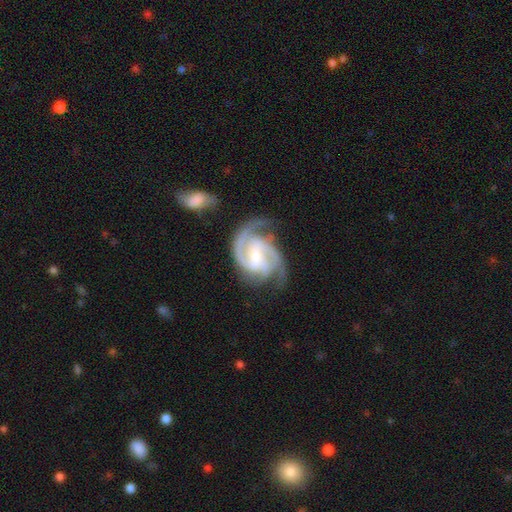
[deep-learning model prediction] Smooth or featured?
  - featured or disk: 93% *
  - star or artifact: 4%
  - smooth: 4%
Edge-on disk?
  - no: 98% *
  - yes: 2%
Bar?
  - weak: 47% *
  - no: 31%
  - strong: 22%
Spiral arms?
  - yes: 98% *
  - no: 2%
Spiral winding?
  - medium: 49% *
  - tight: 43%
  - loose: 8%
Spiral arm count?
  - 2: 42% *
  - 3: 39%
  - can't tell: 6%
  - 4: 5%
  - 1: 4%
  - more than 4: 3%
Bulge size?
  - small: 62% *
  - moderate: 32%
  - none: 3%
  - large: 2%
  - dominant: 1%
Merging?
  - none: 64% *
  - minor disturbance: 20%
  - major disturbance: 12%
  - merger: 4%